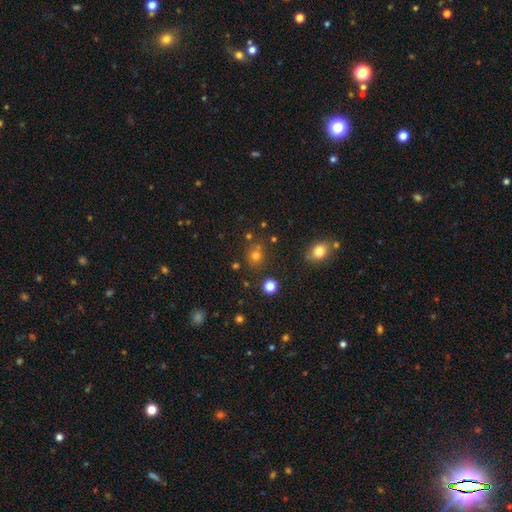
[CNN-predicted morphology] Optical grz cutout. It shows a smooth galaxy with no disk features (70%) that is round (84%). Merging: none (77%).